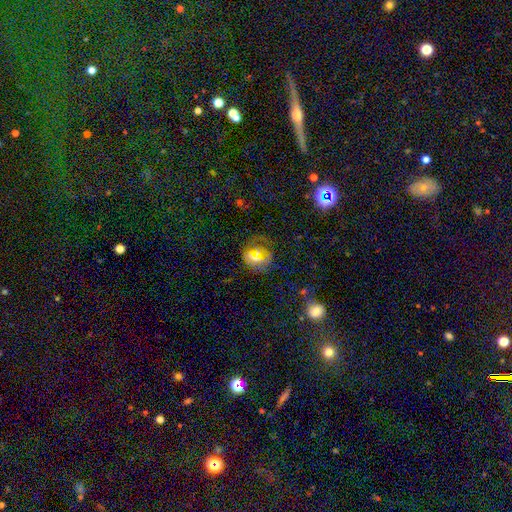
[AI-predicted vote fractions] A smooth galaxy with no disk features (45%).

Vote fractions:
- Smooth or featured? smooth: 45% / star or artifact: 38% / featured or disk: 17%
- Merging? none: 70% / minor disturbance: 16% / major disturbance: 10% / merger: 4%